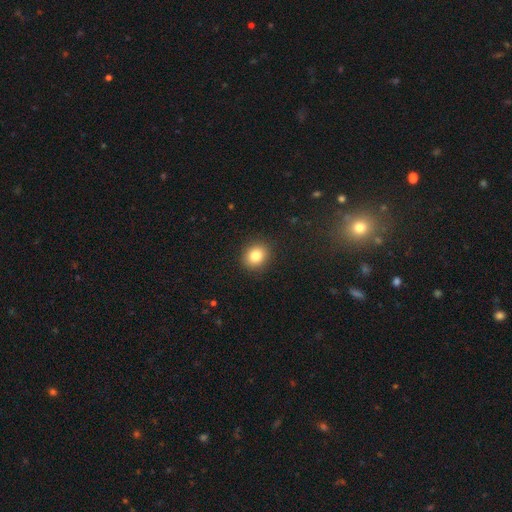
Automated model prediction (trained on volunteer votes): smooth-or-featured: smooth: 82% | star or artifact: 11% | featured or disk: 7%
  how-rounded: round: 71% | in between: 28% | cigar-shaped: 1%
  merging: none: 91% | minor disturbance: 6% | major disturbance: 2% | merger: 1%